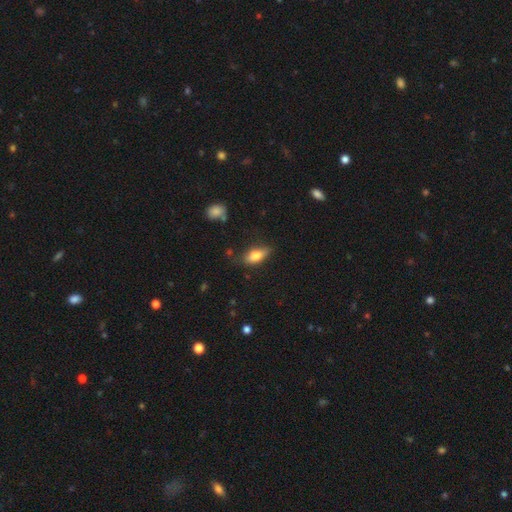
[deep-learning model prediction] smooth_or_featured: smooth (p=0.78) [alt: featured or disk p=0.15]
how_rounded: in between (p=0.83) [alt: cigar-shaped p=0.13]
merging: none (p=0.71) [alt: minor disturbance p=0.21]